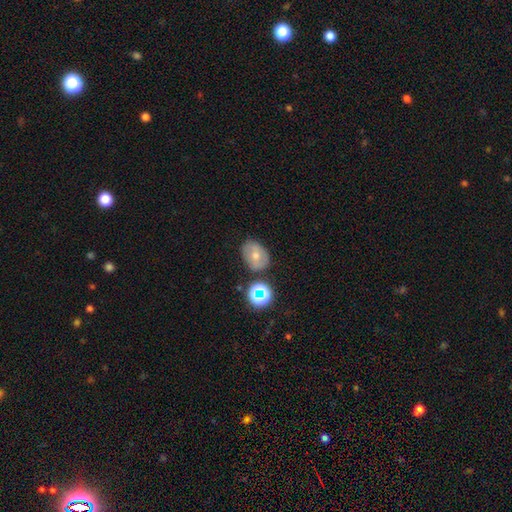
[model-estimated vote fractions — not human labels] Smooth or featured? Predicted: smooth (p=0.56). How rounded? Predicted: in between (p=0.61). Merging? Predicted: none (p=0.73).